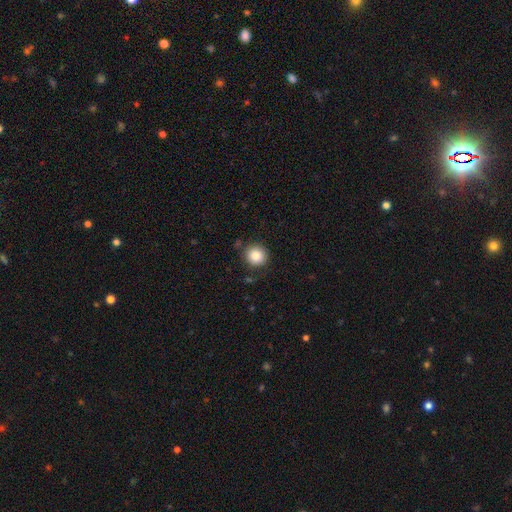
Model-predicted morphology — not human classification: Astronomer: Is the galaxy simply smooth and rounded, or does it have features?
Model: smooth — 84%.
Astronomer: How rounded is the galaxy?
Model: round — 92%.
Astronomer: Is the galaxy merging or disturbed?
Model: none — 85%.